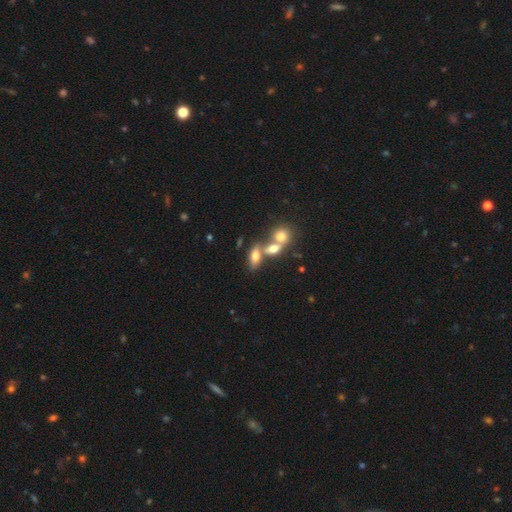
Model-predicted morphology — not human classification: Smooth or featured: smooth — 69% (featured or disk — 21%)
How rounded: in between — 76% (cigar-shaped — 13%)
Merging: merger — 48% (none — 37%)